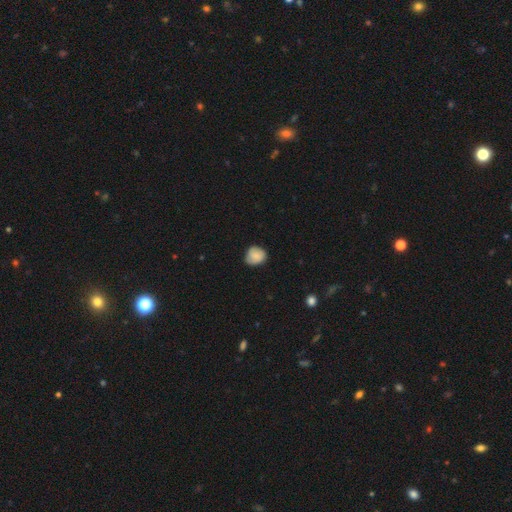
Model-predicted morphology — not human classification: smooth-or-featured: smooth: 81% | featured or disk: 11% | star or artifact: 8%
  how-rounded: round: 75% | in between: 24% | cigar-shaped: 1%
  merging: none: 72% | minor disturbance: 23% | major disturbance: 4% | merger: 1%